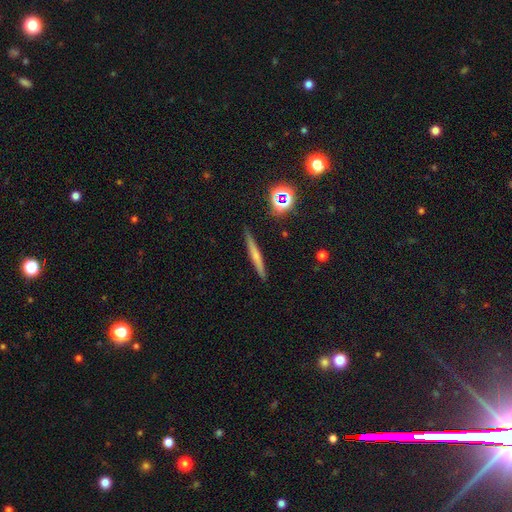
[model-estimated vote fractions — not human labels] Smooth or featured?
  - smooth: 50% *
  - featured or disk: 39%
  - star or artifact: 11%
Merging?
  - none: 89% *
  - minor disturbance: 8%
  - major disturbance: 2%
  - merger: 2%